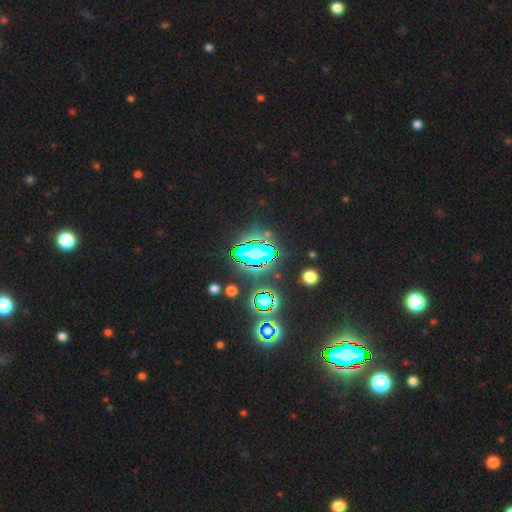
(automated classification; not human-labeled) This appears to be a star or artifact, not a galaxy (81%).